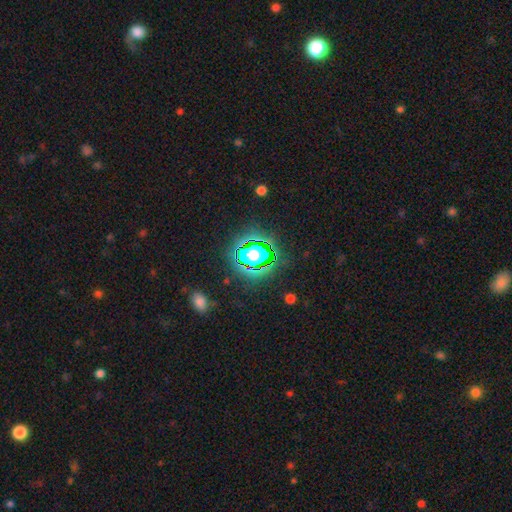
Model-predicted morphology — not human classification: Smooth or featured? Predicted: star or artifact (p=0.64).